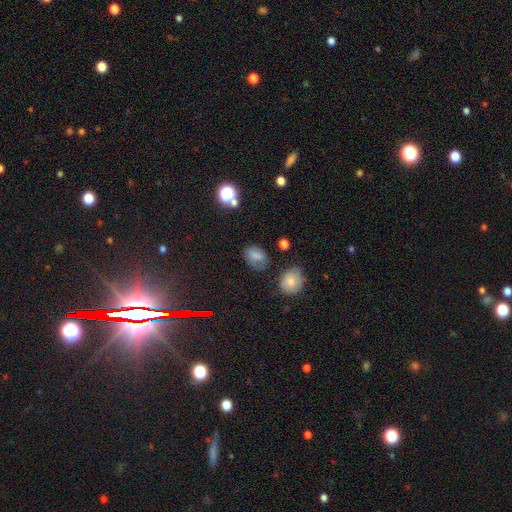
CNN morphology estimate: Smooth or featured: smooth — 75% (star or artifact — 14%)
How rounded: in between — 73% (round — 26%)
Merging: none — 63% (minor disturbance — 25%)